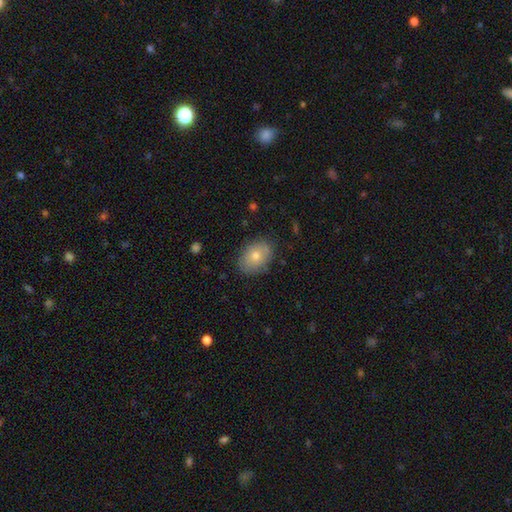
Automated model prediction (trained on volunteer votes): Q: Smooth or featured?
A: smooth (72%); runner-up: featured or disk (20%)
Q: How rounded?
A: in between (80%); runner-up: round (19%)
Q: Merging?
A: none (84%); runner-up: minor disturbance (12%)